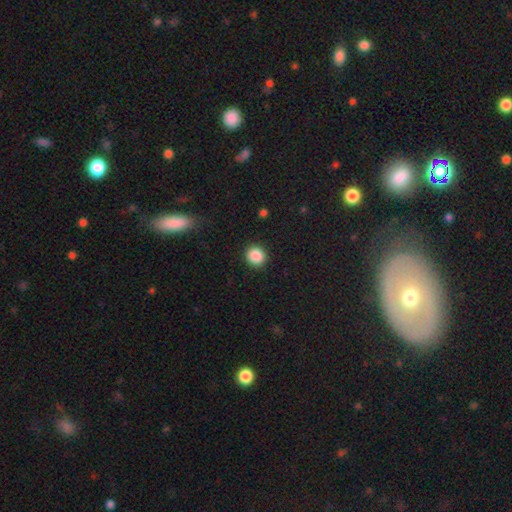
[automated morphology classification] smooth-or-featured: smooth: 88% | star or artifact: 9% | featured or disk: 3%
  how-rounded: round: 89% | in between: 10% | cigar-shaped: 1%
  merging: none: 92% | minor disturbance: 5% | major disturbance: 2% | merger: 1%